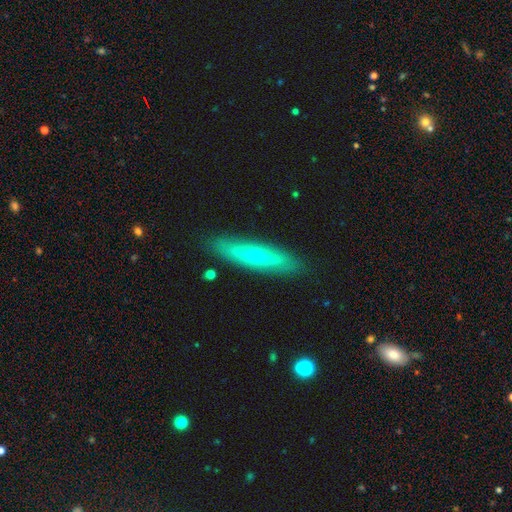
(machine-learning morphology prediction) type=featured or disk (57%); edge-on=yes (68%); merging=none (86%).